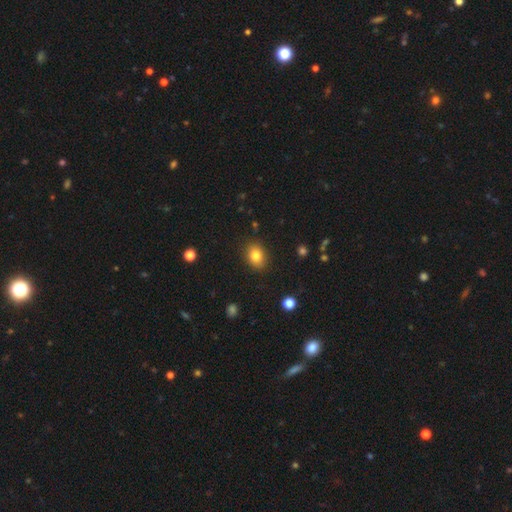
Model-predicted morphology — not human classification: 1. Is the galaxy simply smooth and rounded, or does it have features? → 82% smooth, 10% star or artifact, 8% featured or disk.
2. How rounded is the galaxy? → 60% in between, 39% round, 1% cigar-shaped.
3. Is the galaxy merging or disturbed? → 87% none, 10% minor disturbance, 2% major disturbance, 1% merger.